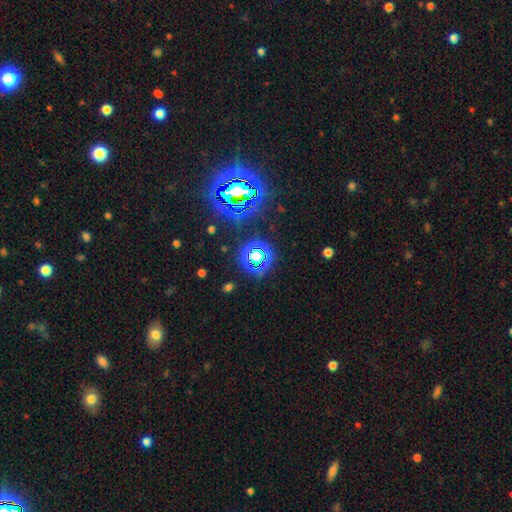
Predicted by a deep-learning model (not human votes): star or artifact 63%, smooth 26%, featured or disk 11%.